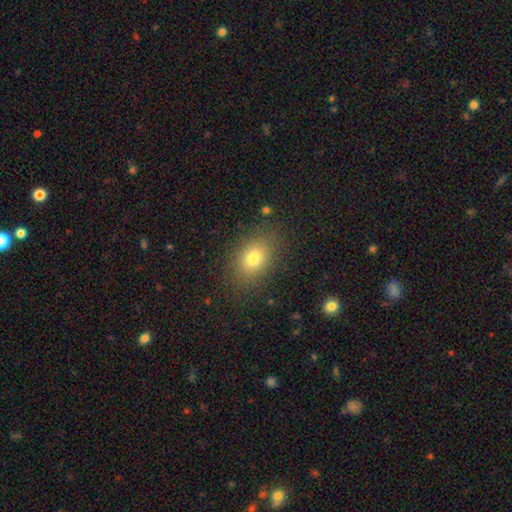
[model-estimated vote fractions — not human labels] A smooth galaxy with no disk features (77%) that is in between round and cigar-shaped (72%). Merging: none (84%).